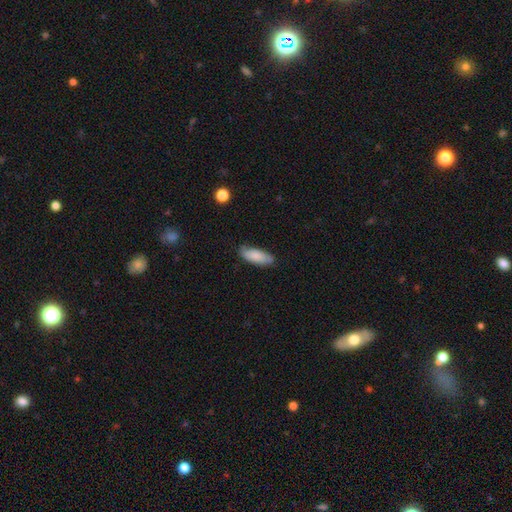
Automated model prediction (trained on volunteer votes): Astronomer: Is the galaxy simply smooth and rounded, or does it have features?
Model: smooth — 84%.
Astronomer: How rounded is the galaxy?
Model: in between — 72%.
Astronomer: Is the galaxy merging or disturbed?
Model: none — 77%.